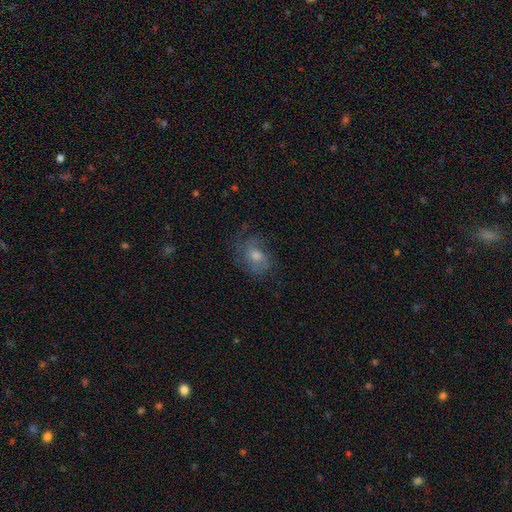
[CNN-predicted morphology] Smooth or featured? Predicted: featured or disk (p=0.53). Edge-on disk? Predicted: no (p=0.95). Bar? Predicted: no (p=0.72). Spiral arms? Predicted: yes (p=0.79). Bulge size? Predicted: moderate (p=0.64). Merging? Predicted: none (p=0.66).